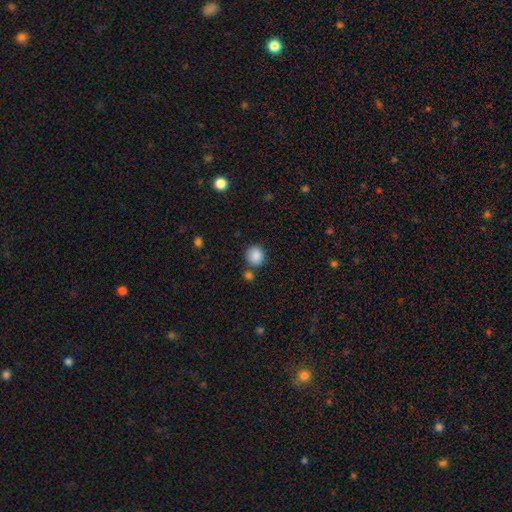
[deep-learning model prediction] This appears to be a smooth galaxy with no disk features (88%) that is round (81%). Merging: none (76%).